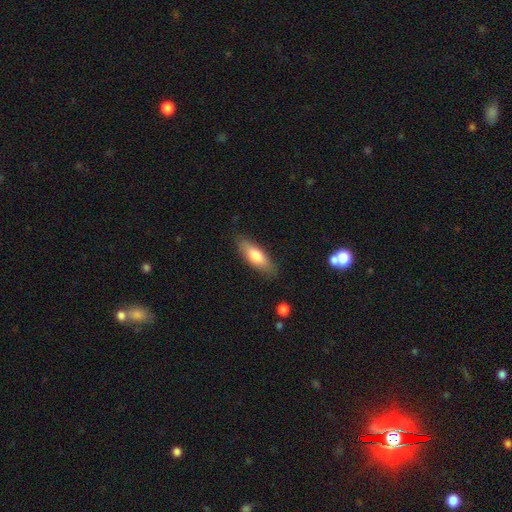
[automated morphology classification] Q: Smooth or featured?
A: smooth (72%); runner-up: featured or disk (22%)
Q: How rounded?
A: in between (59%); runner-up: cigar-shaped (38%)
Q: Merging?
A: none (82%); runner-up: minor disturbance (14%)